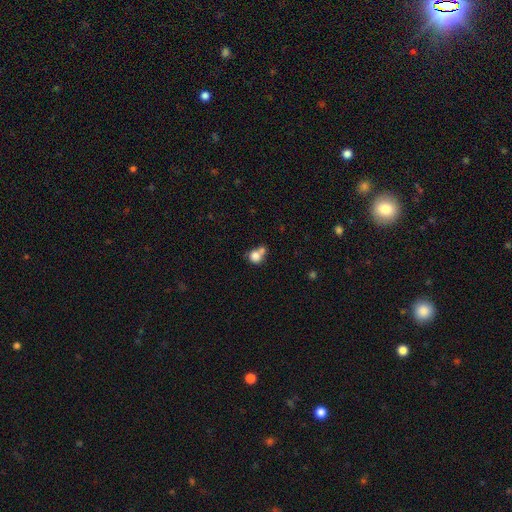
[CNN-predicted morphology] Overall: smooth (79%). How rounded: round (77%). Merging: merger (52%; none 34%).